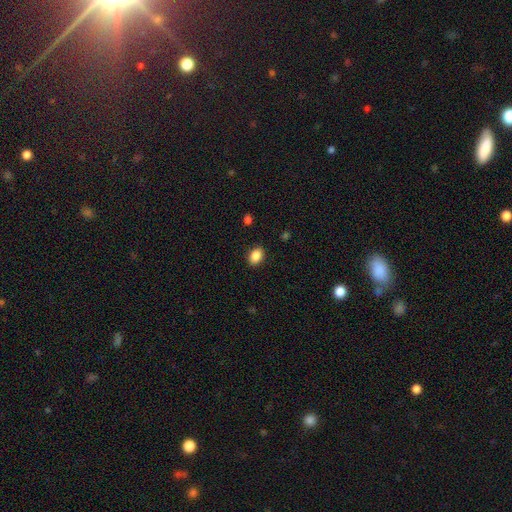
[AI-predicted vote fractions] Morphology: type=smooth (87%); roundness=in between (79%); merging=none (89%).